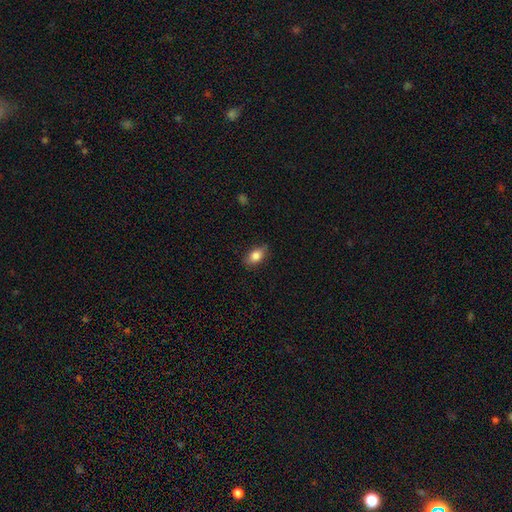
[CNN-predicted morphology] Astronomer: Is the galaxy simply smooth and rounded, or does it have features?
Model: smooth — 82%.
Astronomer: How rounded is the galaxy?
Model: in between — 84%.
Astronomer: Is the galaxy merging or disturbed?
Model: none — 77%.